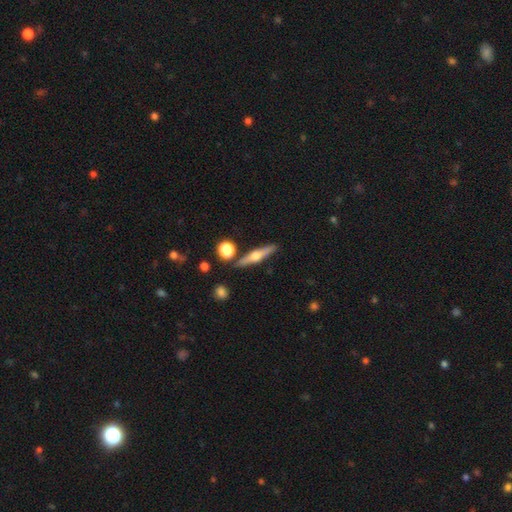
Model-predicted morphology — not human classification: The model was most divided on "smooth or featured": featured or disk: 61%, smooth: 33%, star or artifact: 7%. More confident: edge-on disk — yes (95%); edge-on bulge — rounded (91%); merging — none (83%).